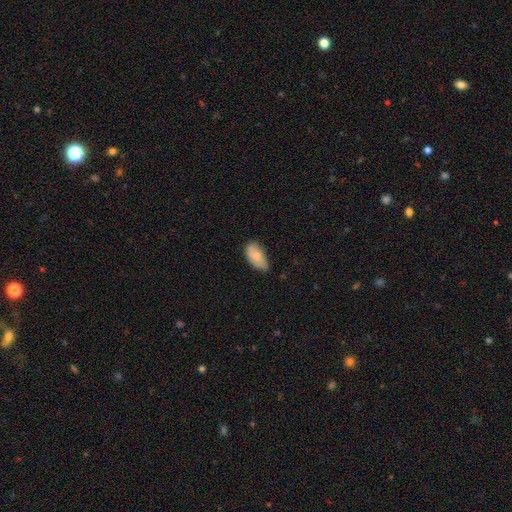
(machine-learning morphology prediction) This is likely a smooth galaxy (76%). How rounded: clearly in between (93%). Merging: possibly none (53%).